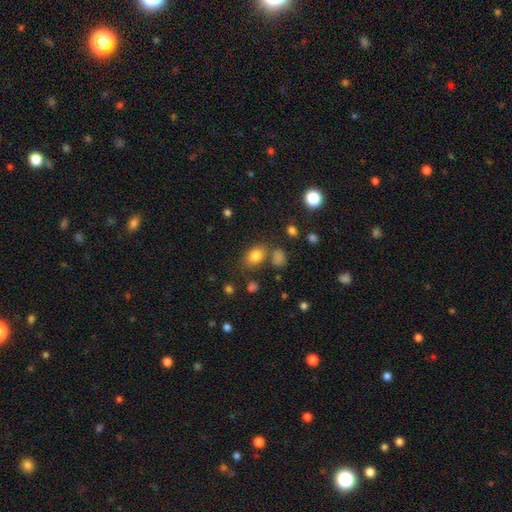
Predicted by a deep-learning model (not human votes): Smooth or featured?
  - smooth: 80% *
  - star or artifact: 12%
  - featured or disk: 8%
How rounded?
  - in between: 75% *
  - round: 24%
  - cigar-shaped: 2%
Merging?
  - none: 70% *
  - minor disturbance: 15%
  - merger: 10%
  - major disturbance: 6%